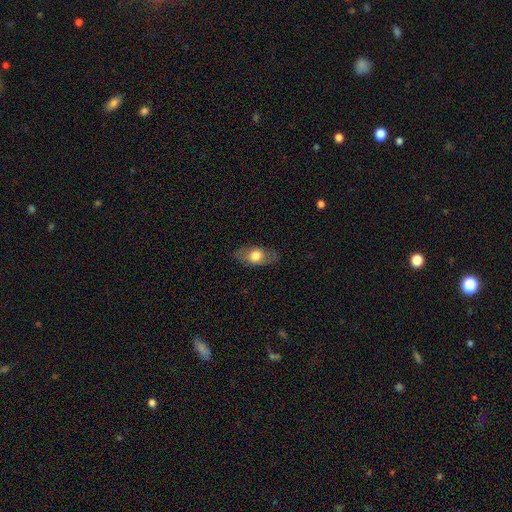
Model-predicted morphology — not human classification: Q: Smooth or featured?
A: smooth (63%); runner-up: featured or disk (31%)
Q: How rounded?
A: in between (84%); runner-up: round (11%)
Q: Merging?
A: none (81%); runner-up: minor disturbance (14%)